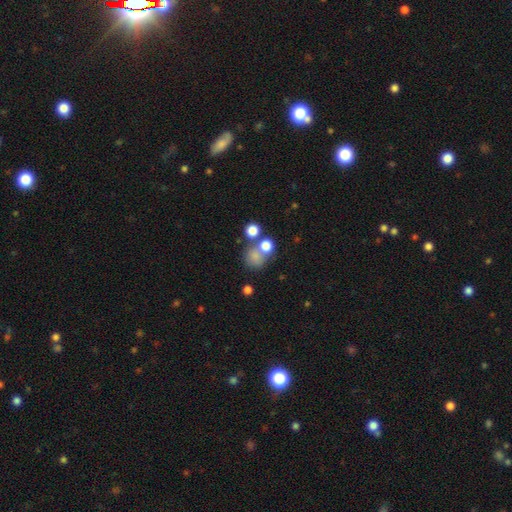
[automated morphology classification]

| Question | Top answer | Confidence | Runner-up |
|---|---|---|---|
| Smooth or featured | smooth | 73% | star or artifact (16%) |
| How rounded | round | 77% | in between (22%) |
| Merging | none | 47% | merger (33%) |